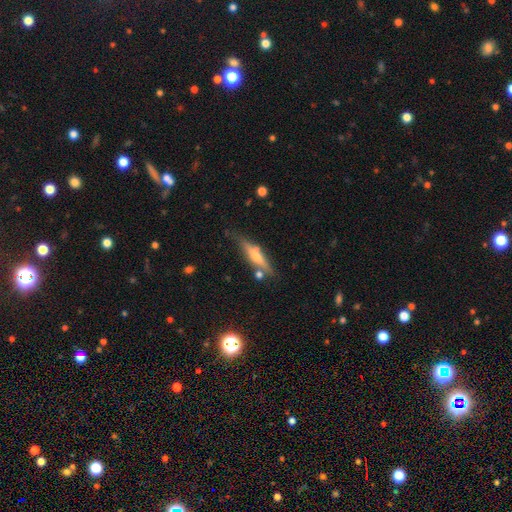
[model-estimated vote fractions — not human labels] The model was most divided on "smooth or featured": featured or disk: 55%, smooth: 37%, star or artifact: 8%. More confident: edge-on disk — yes (92%); edge-on bulge — rounded (76%); merging — none (73%).